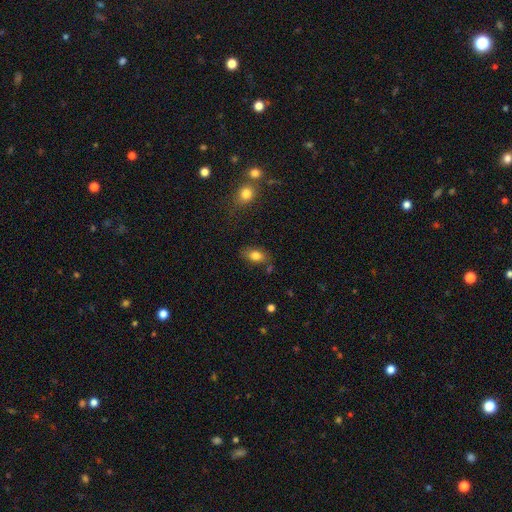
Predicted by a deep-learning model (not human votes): smooth-or-featured: smooth: 81% | featured or disk: 10% | star or artifact: 9%
  how-rounded: in between: 87% | round: 10% | cigar-shaped: 4%
  merging: none: 74% | minor disturbance: 17% | merger: 5% | major disturbance: 4%